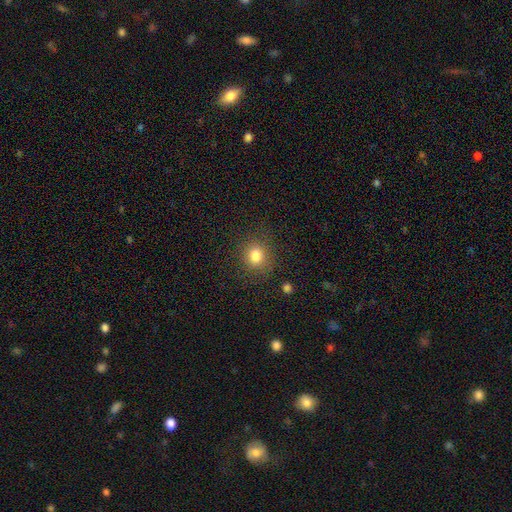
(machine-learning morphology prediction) Smooth or featured? smooth (81%)
How rounded? round (77%)
Merging? none (85%)